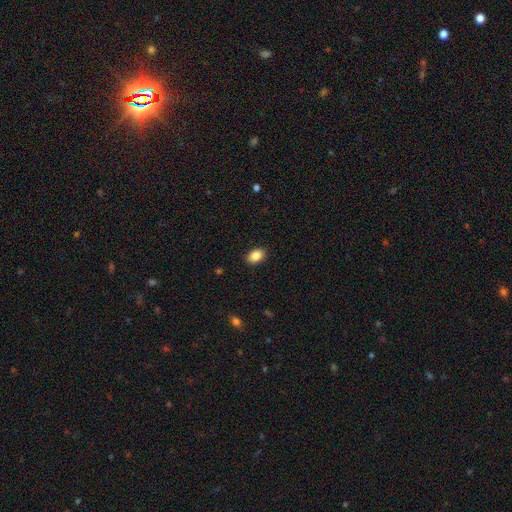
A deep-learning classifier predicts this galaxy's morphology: A smooth galaxy with no disk features (87%) that is in between round and cigar-shaped (84%).

Vote fractions:
- Smooth or featured? smooth: 87% / star or artifact: 8% / featured or disk: 5%
- How rounded? in between: 84% / round: 15% / cigar-shaped: 1%
- Merging? none: 89% / minor disturbance: 8% / major disturbance: 2% / merger: 1%